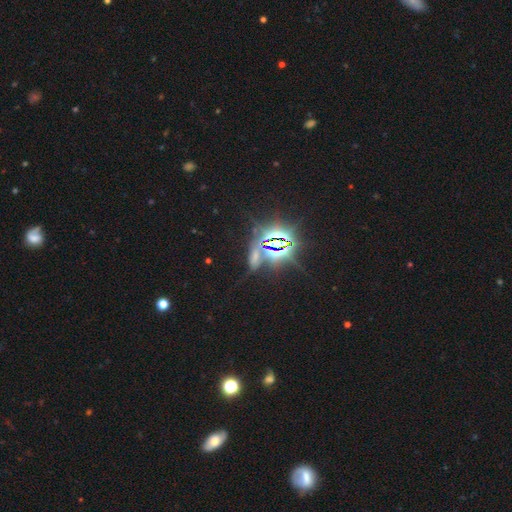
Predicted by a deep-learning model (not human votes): star or artifact 68%, smooth 20%, featured or disk 11%.